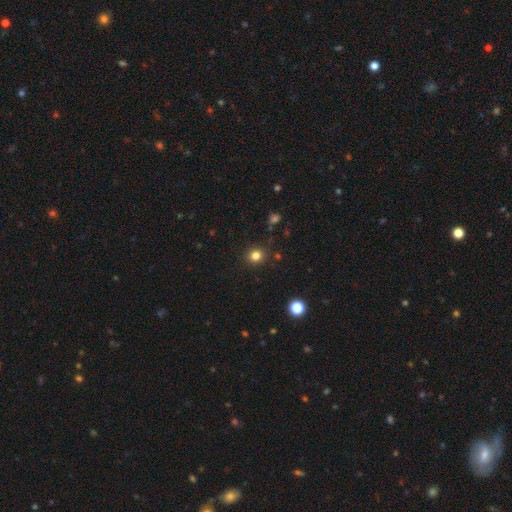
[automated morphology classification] Smooth or featured? Predicted: smooth (p=0.81). How rounded? Predicted: round (p=0.87). Merging? Predicted: none (p=0.89).